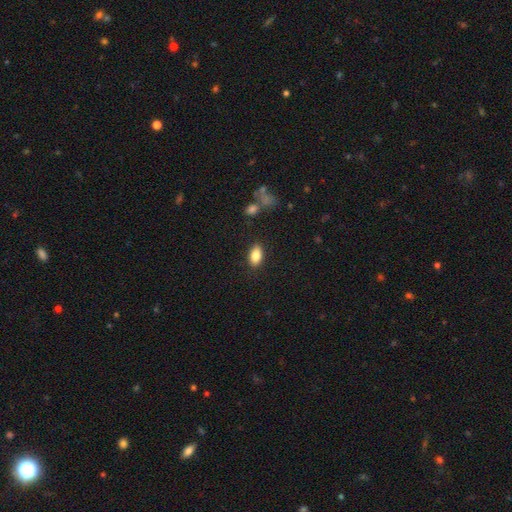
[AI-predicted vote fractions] This is clearly a smooth galaxy (83%). How rounded: clearly in between (89%). Merging: clearly none (86%).